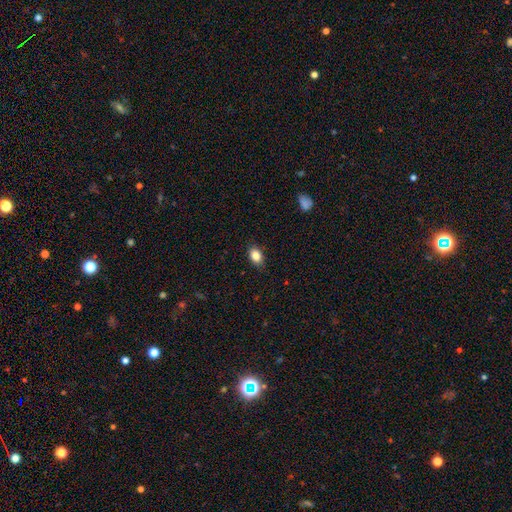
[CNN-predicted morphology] Smooth or featured: smooth — 85% (star or artifact — 9%)
How rounded: in between — 79% (round — 19%)
Merging: none — 85% (minor disturbance — 11%)